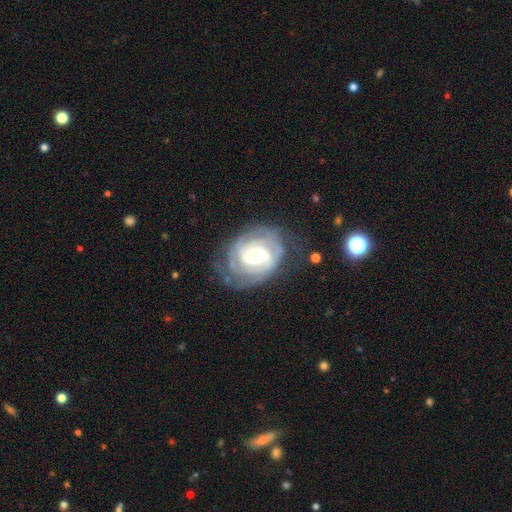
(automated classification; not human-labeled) Smooth or featured: featured or disk — 86% (smooth — 9%)
Edge-on disk: no — 98% (yes — 2%)
Bar: no — 52% (weak — 36%)
Spiral arms: yes — 96% (no — 4%)
Spiral winding: tight — 72% (medium — 24%)
Spiral arm count: 2 — 38% (can't tell — 27%)
Bulge size: moderate — 51% (small — 35%)
Merging: none — 67% (minor disturbance — 21%)